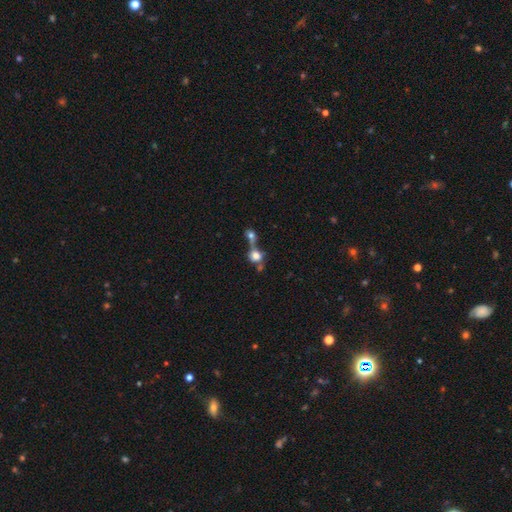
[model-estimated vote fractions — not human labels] This is likely a smooth galaxy (71%). How rounded: likely round (77%). Merging: possibly merger (58%).